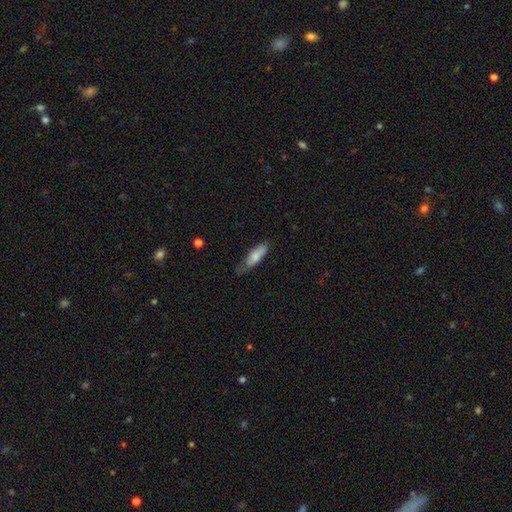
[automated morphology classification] A smooth galaxy with no disk features (74%) that is cigar-shaped (50%). Merging: none (57%).